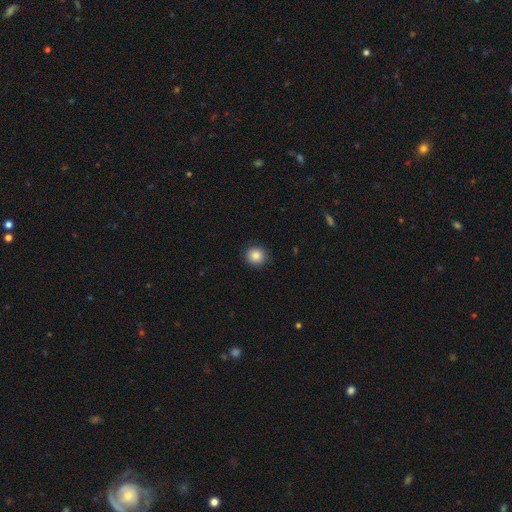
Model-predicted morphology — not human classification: A smooth galaxy with no disk features (86%) that is round (89%).

Vote fractions:
- Smooth or featured? smooth: 86% / star or artifact: 9% / featured or disk: 5%
- How rounded? round: 89% / in between: 10% / cigar-shaped: 1%
- Merging? none: 90% / minor disturbance: 7% / major disturbance: 2% / merger: 1%